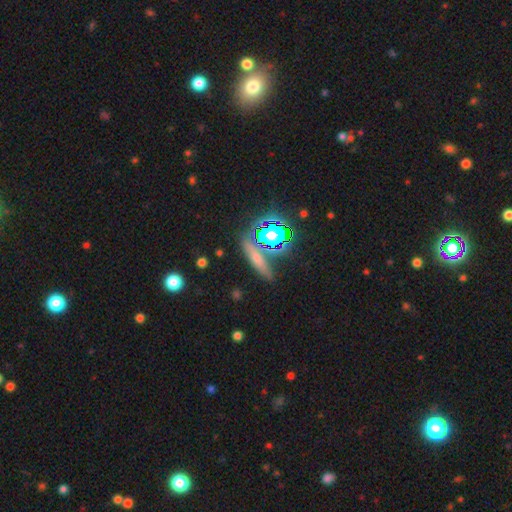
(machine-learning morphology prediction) Smooth or featured: smooth — 46% (star or artifact — 29%)
Merging: none — 79% (minor disturbance — 10%)